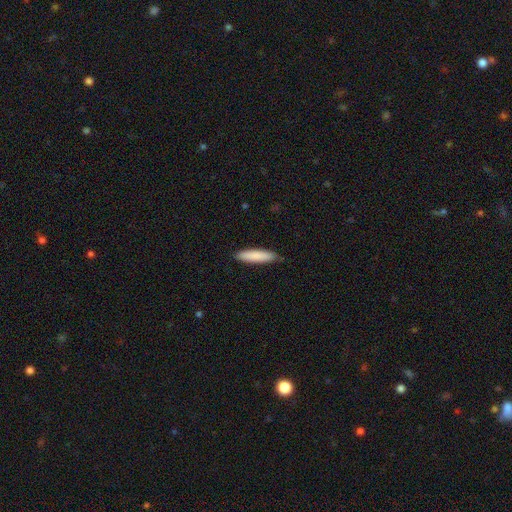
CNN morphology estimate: Overall: smooth (85%). How rounded: cigar-shaped (78%). Merging: none (84%).